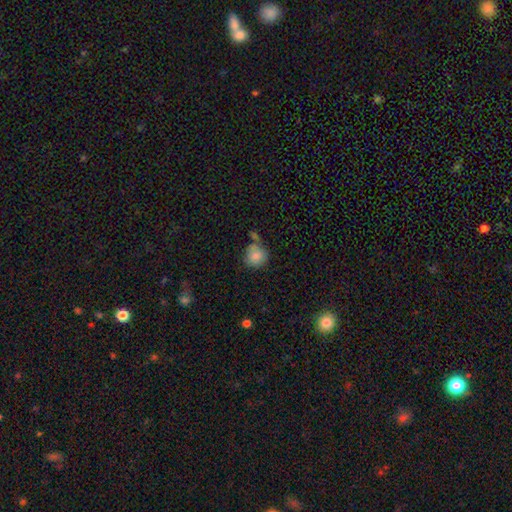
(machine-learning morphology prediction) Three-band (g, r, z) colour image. It shows a smooth galaxy with no disk features (85%) that is round (87%). Merging: none (60%).